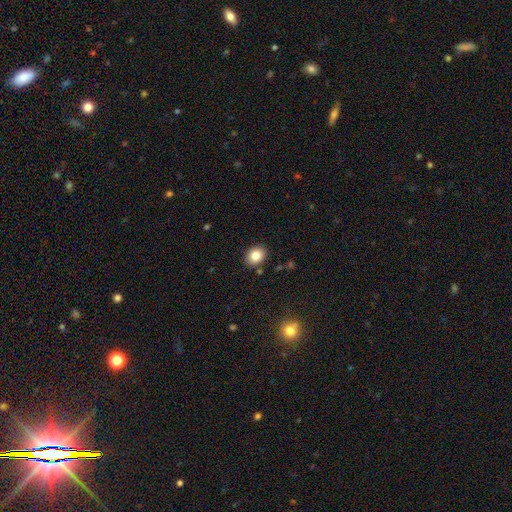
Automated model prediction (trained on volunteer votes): smooth-or-featured: smooth: 83% | star or artifact: 10% | featured or disk: 7%
  how-rounded: round: 50% | in between: 49% | cigar-shaped: 1%
  merging: none: 88% | minor disturbance: 8% | major disturbance: 2% | merger: 2%